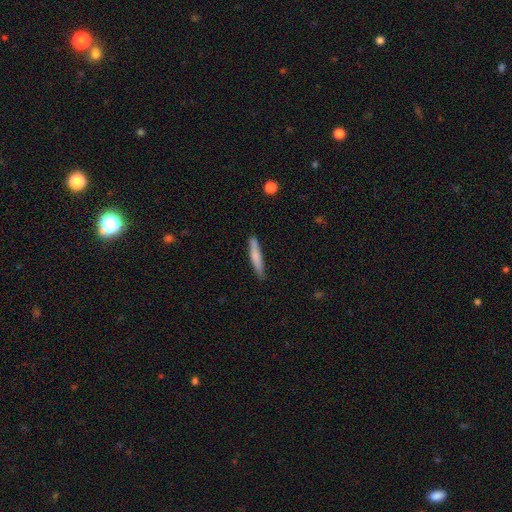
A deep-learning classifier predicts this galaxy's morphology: Overall: smooth (73%). How rounded: cigar-shaped (92%). Merging: none (81%).